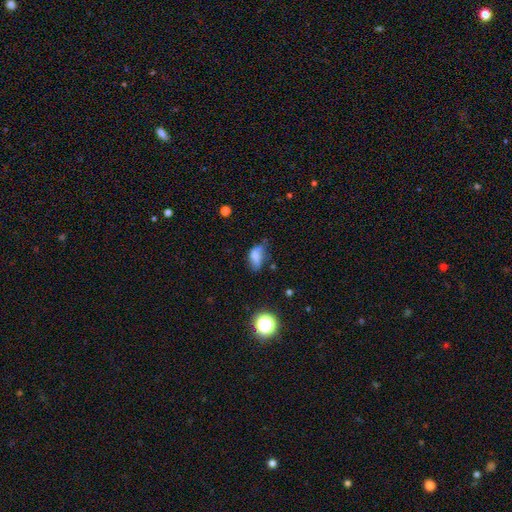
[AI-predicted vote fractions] This appears to be a smooth galaxy with no disk features (71%) that is in between round and cigar-shaped (88%). Merging: minor disturbance (39%).